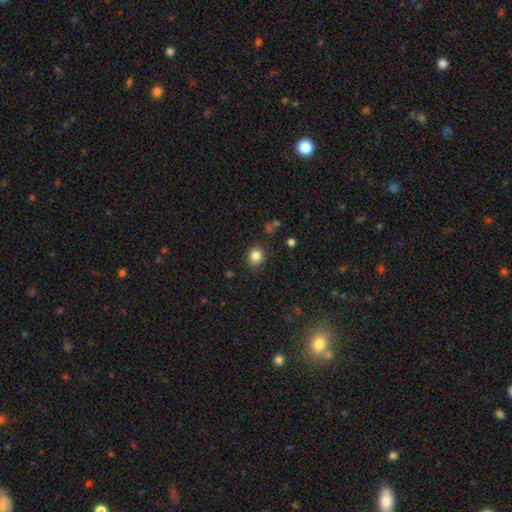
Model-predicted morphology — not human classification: A smooth galaxy with no disk features (83%) that is round (81%). Merging: none (86%).